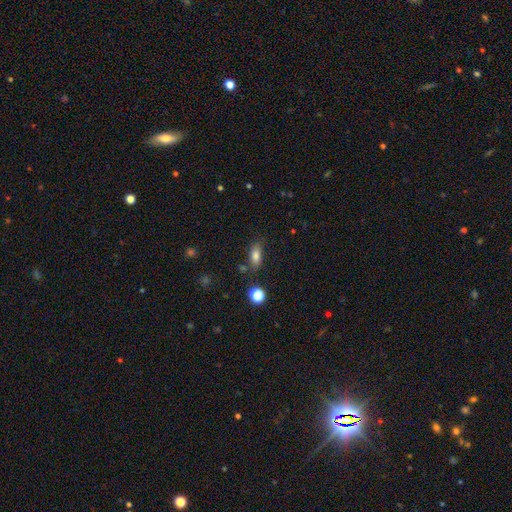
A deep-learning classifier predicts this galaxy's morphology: A smooth galaxy with no disk features (80%) that is in between round and cigar-shaped (80%).

Vote fractions:
- Smooth or featured? smooth: 80% / star or artifact: 11% / featured or disk: 9%
- How rounded? in between: 80% / cigar-shaped: 13% / round: 8%
- Merging? none: 72% / minor disturbance: 17% / merger: 7% / major disturbance: 5%